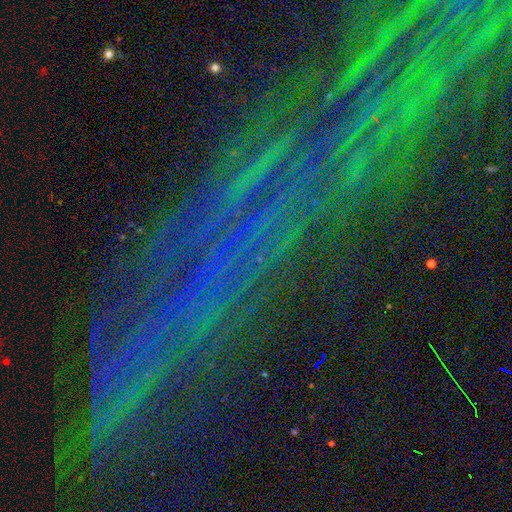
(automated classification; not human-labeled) Smooth or featured? Predicted: star or artifact (p=0.77).